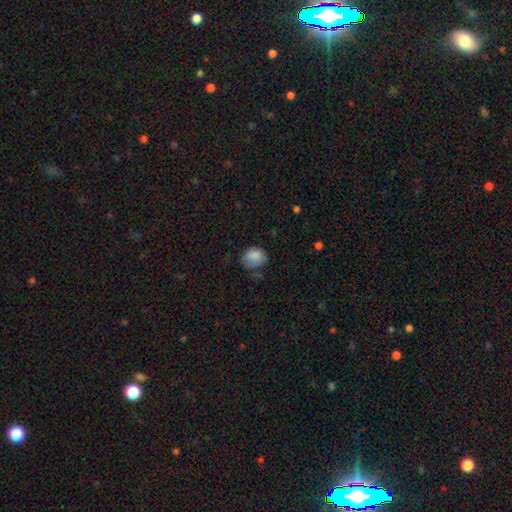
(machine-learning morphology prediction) This is clearly a smooth galaxy (84%). How rounded: possibly round (52%). Merging: possibly none (55%).